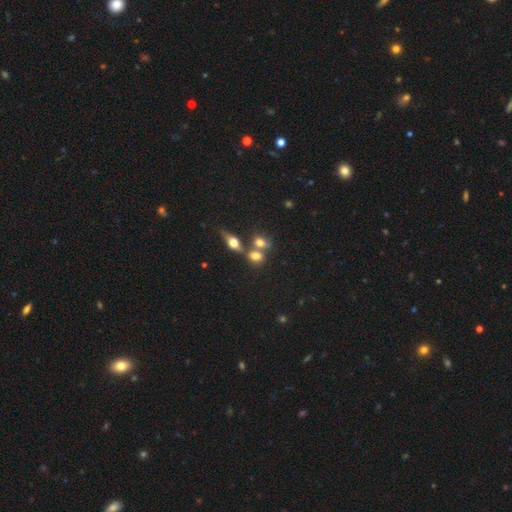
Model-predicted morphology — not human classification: Smooth or featured?
  - smooth: 69% *
  - featured or disk: 18%
  - star or artifact: 13%
How rounded?
  - in between: 59% *
  - round: 37%
  - cigar-shaped: 4%
Merging?
  - merger: 44% *
  - none: 40%
  - minor disturbance: 10%
  - major disturbance: 5%